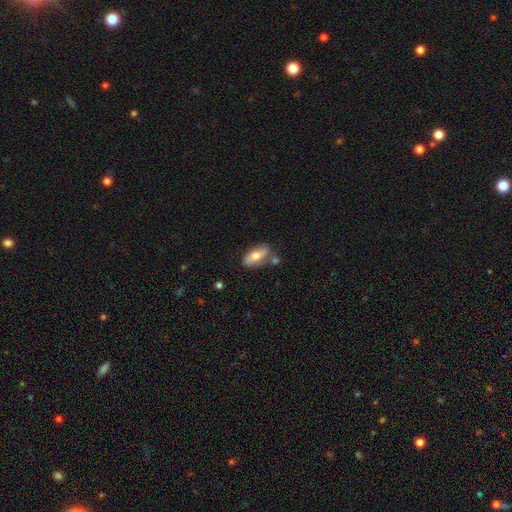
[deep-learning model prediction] smooth 60%, featured or disk 33%, star or artifact 6%. Down the decision tree: how rounded — in between (83%); merging — none (68%).